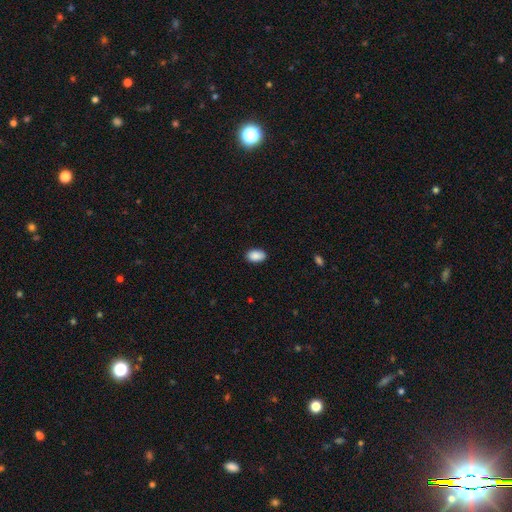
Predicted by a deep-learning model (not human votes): Smooth or featured? smooth (90%)
How rounded? in between (91%)
Merging? none (88%)